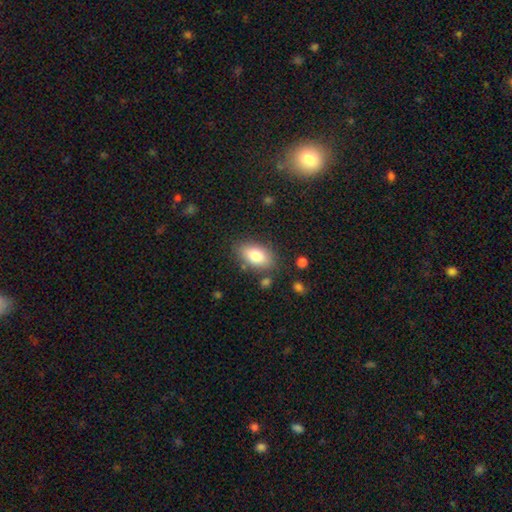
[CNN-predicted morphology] Smooth or featured: smooth — 80% (featured or disk — 12%)
How rounded: in between — 90% (round — 6%)
Merging: none — 80% (minor disturbance — 13%)